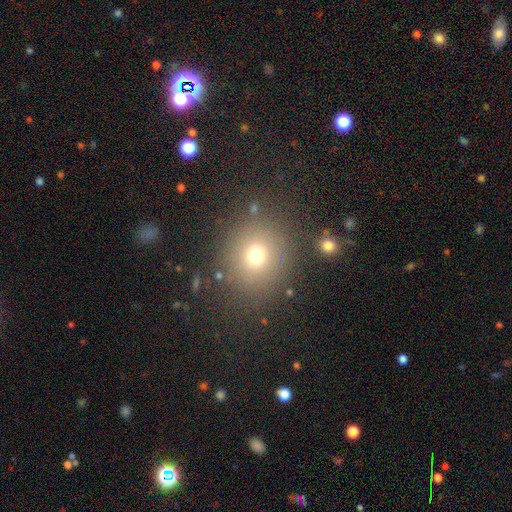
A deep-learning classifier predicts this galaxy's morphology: Smooth or featured? smooth (71%)
How rounded? round (85%)
Merging? none (84%)